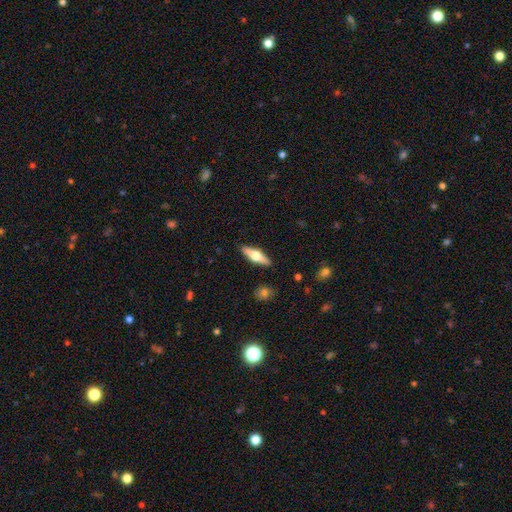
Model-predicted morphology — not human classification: This appears to be a featured or disk galaxy (57%) viewed edge-on (94%) with a rounded central bulge (95%). Merging: none (89%).